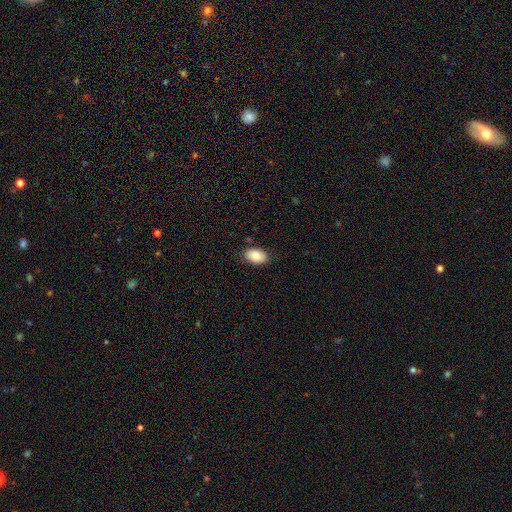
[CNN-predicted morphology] Smooth or featured?
  - smooth: 86% *
  - featured or disk: 7%
  - star or artifact: 7%
How rounded?
  - in between: 91% *
  - round: 8%
  - cigar-shaped: 1%
Merging?
  - none: 86% *
  - minor disturbance: 11%
  - major disturbance: 2%
  - merger: 1%